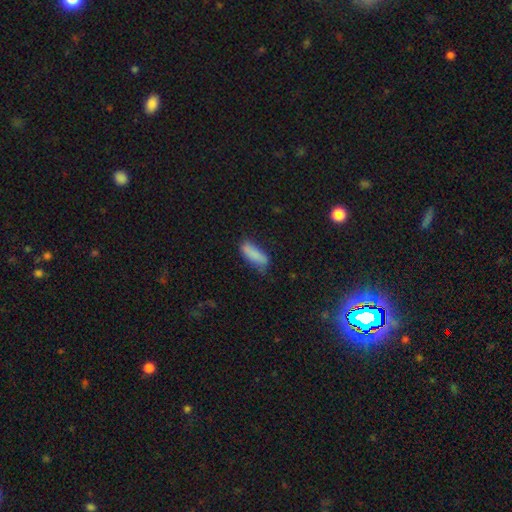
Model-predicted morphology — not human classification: This appears to be a smooth galaxy with no disk features (83%) that is in between round and cigar-shaped (63%). Merging: none (57%).